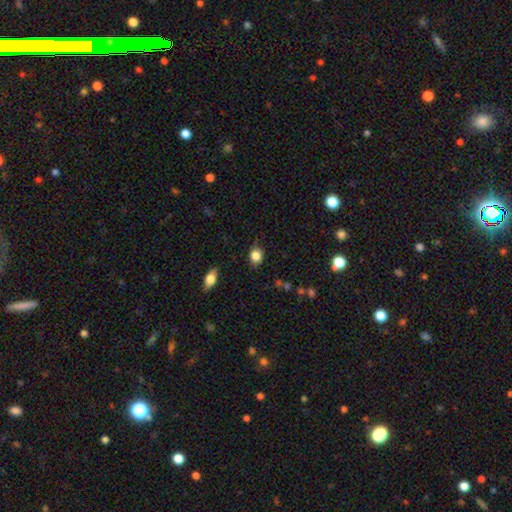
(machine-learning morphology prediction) smooth_or_featured: smooth (p=0.84) [alt: star or artifact p=0.09]
how_rounded: round (p=0.57) [alt: in between p=0.42]
merging: none (p=0.79) [alt: minor disturbance p=0.17]